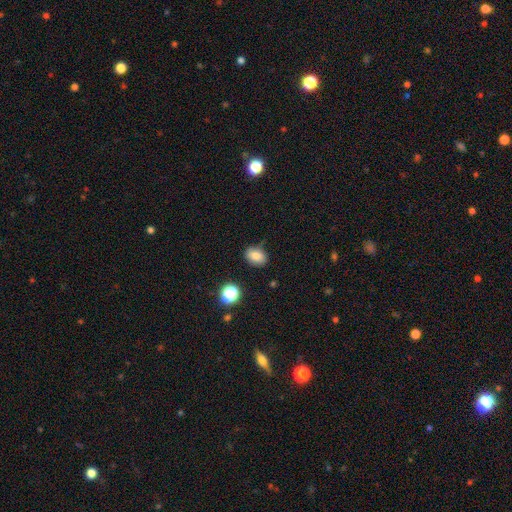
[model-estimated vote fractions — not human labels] This appears to be a smooth galaxy with no disk features (80%) that is in between round and cigar-shaped (67%). Merging: none (76%).